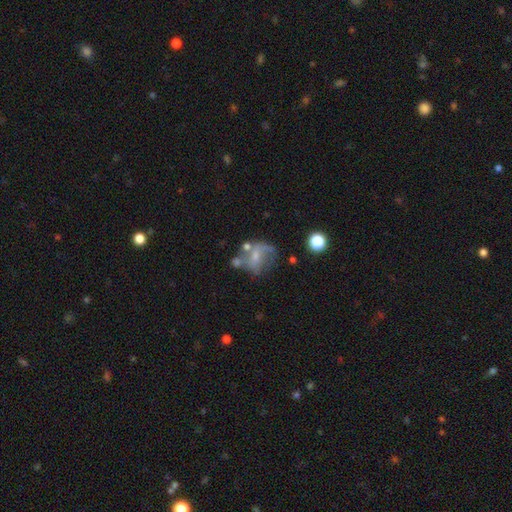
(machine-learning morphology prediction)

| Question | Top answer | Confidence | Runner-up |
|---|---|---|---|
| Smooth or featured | featured or disk | 51% | smooth (37%) |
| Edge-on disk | no | 97% | yes (3%) |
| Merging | none | 36% | major disturbance (26%) |